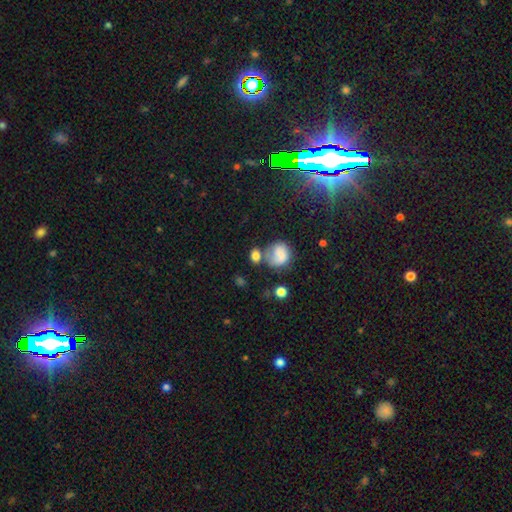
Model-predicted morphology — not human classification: Smooth or featured?
  - smooth: 70% *
  - featured or disk: 16%
  - star or artifact: 14%
How rounded?
  - round: 57% *
  - in between: 42%
  - cigar-shaped: 2%
Merging?
  - none: 45% *
  - merger: 26%
  - minor disturbance: 17%
  - major disturbance: 12%